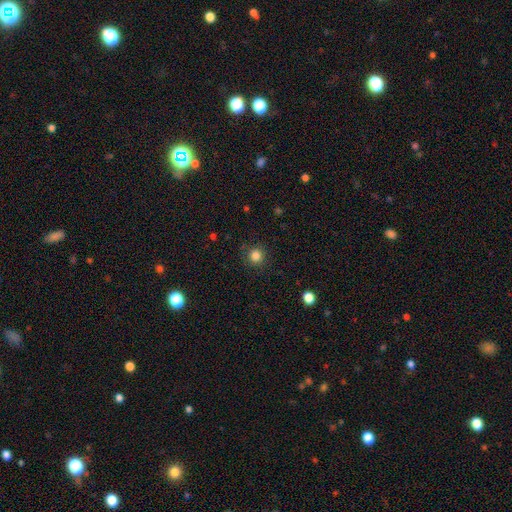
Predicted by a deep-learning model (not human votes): Smooth or featured?
  - smooth: 84% *
  - star or artifact: 12%
  - featured or disk: 4%
How rounded?
  - round: 93% *
  - in between: 6%
  - cigar-shaped: 1%
Merging?
  - none: 88% *
  - minor disturbance: 8%
  - major disturbance: 3%
  - merger: 1%